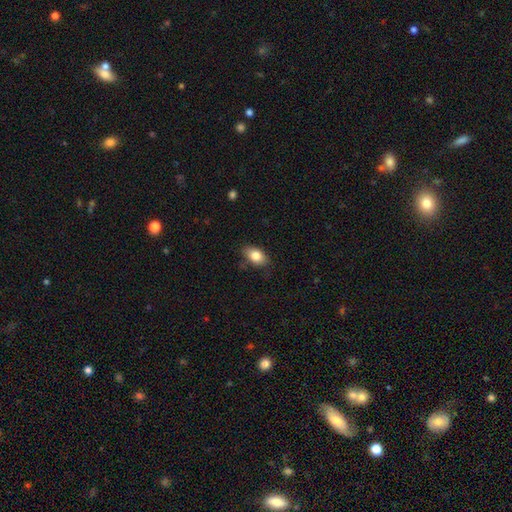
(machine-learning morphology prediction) The model was most divided on "merging": none: 79%, minor disturbance: 17%, major disturbance: 3%, merger: 1%. More confident: how rounded — in between (89%); smooth or featured — smooth (84%).